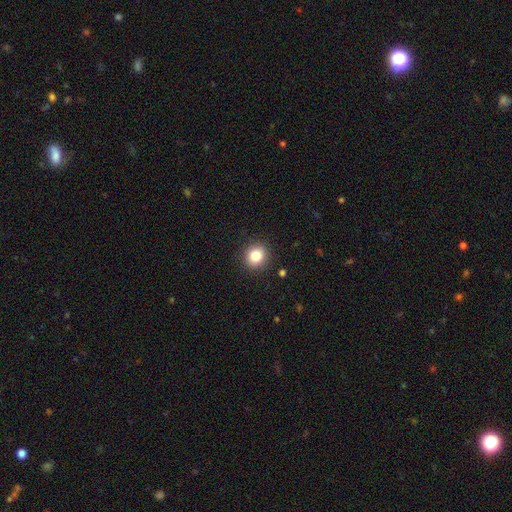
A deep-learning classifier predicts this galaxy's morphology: Overall: smooth (83%). How rounded: round (86%). Merging: none (91%).